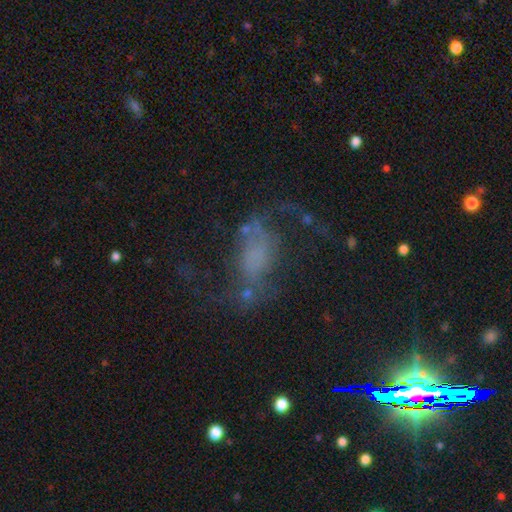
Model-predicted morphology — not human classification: This appears to be a featured or disk galaxy (53%). Merging: none (43%).